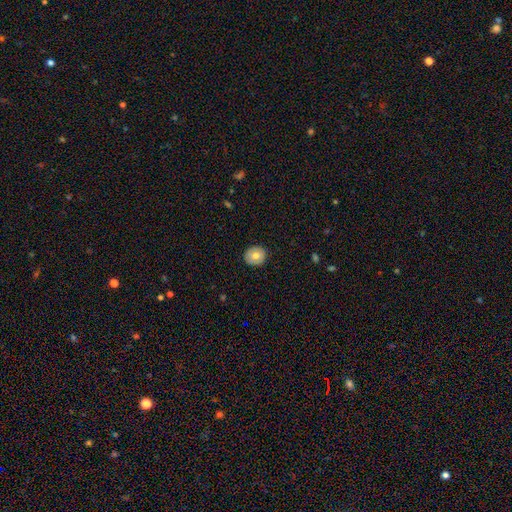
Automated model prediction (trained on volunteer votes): Q: Smooth or featured?
A: smooth (71%); runner-up: featured or disk (22%)
Q: How rounded?
A: round (80%); runner-up: in between (19%)
Q: Merging?
A: none (89%); runner-up: minor disturbance (8%)